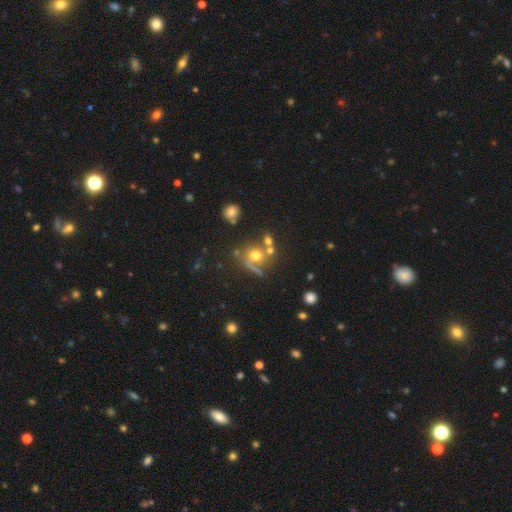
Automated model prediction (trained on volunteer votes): This is likely a smooth galaxy (61%). How rounded: clearly round (82%). Merging: marginally none (44%).